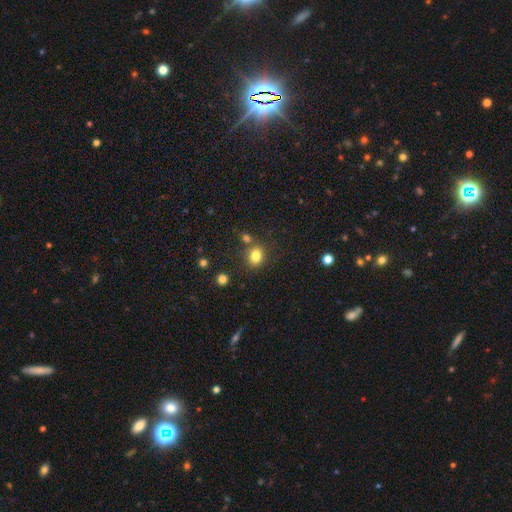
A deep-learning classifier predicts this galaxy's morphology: Smooth or featured? smooth (81%)
How rounded? round (54%)
Merging? none (73%)